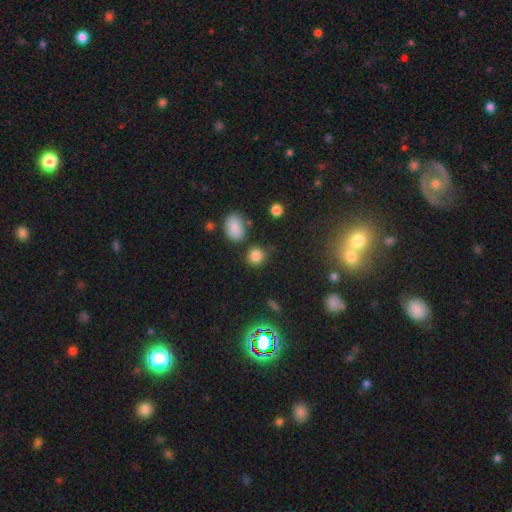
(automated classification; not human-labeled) A smooth galaxy with no disk features (83%) that is round (82%). Merging: none (77%).